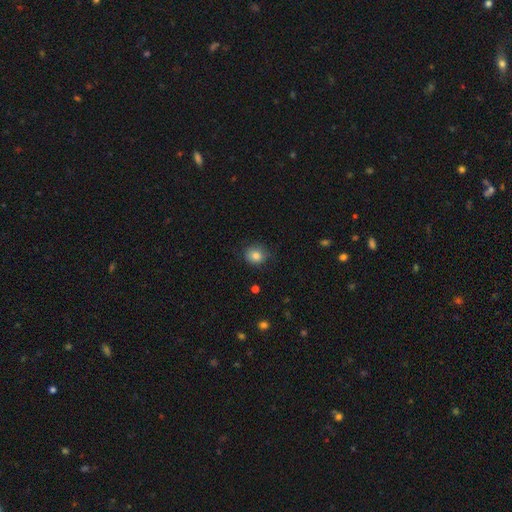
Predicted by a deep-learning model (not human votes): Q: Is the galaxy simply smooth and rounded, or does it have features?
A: smooth — 83%.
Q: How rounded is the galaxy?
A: round — 78%.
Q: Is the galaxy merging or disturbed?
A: none — 78%.